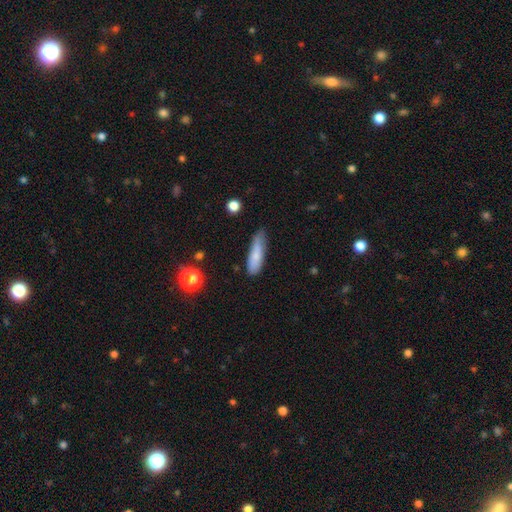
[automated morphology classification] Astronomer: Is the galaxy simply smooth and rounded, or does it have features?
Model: smooth — 77%.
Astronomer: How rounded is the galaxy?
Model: cigar-shaped — 65%.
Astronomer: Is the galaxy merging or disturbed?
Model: none — 64%.